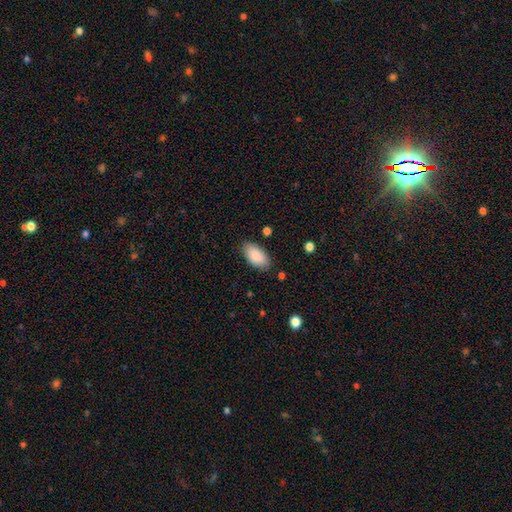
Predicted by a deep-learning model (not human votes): A smooth galaxy with no disk features (88%) that is in between round and cigar-shaped (95%). Merging: none (83%).